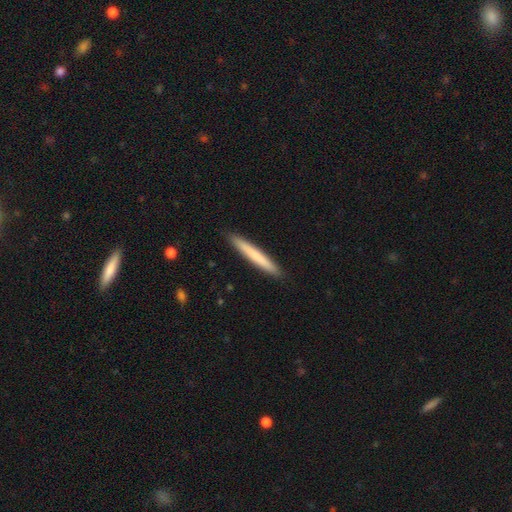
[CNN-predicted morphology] Q: Smooth or featured?
A: smooth (71%); runner-up: featured or disk (24%)
Q: How rounded?
A: cigar-shaped (97%); runner-up: in between (2%)
Q: Merging?
A: none (92%); runner-up: minor disturbance (6%)